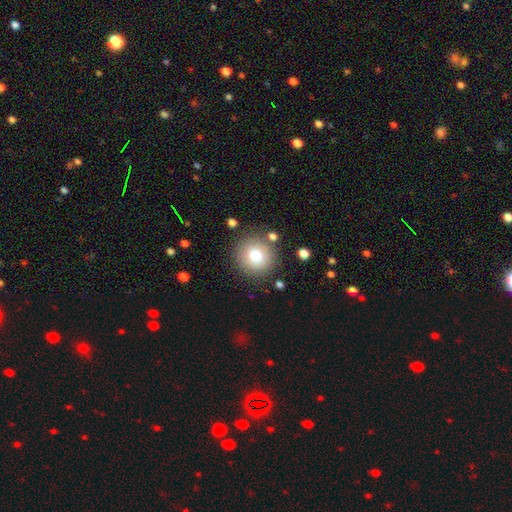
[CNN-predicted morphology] A smooth galaxy with no disk features (76%) that is round (93%). Merging: none (84%).